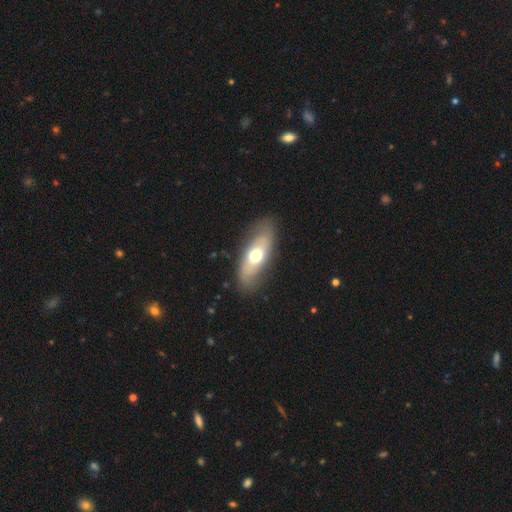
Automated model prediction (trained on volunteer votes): Overall: smooth (52%; featured or disk 42%). How rounded: in between (76%). Merging: none (82%).